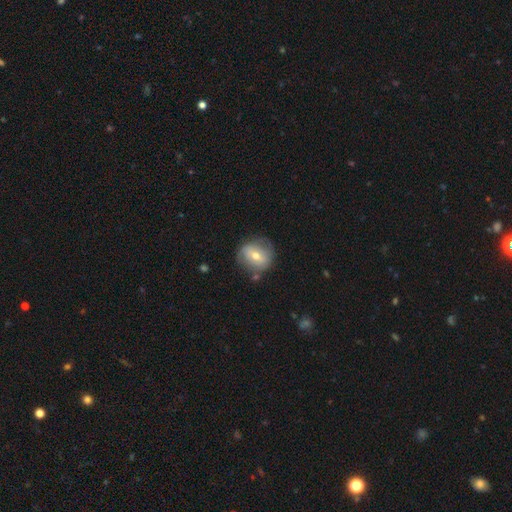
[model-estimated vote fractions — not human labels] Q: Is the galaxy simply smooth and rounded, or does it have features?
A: smooth — 51%.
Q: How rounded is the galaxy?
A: round — 75%.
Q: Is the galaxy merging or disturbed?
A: none — 68%.